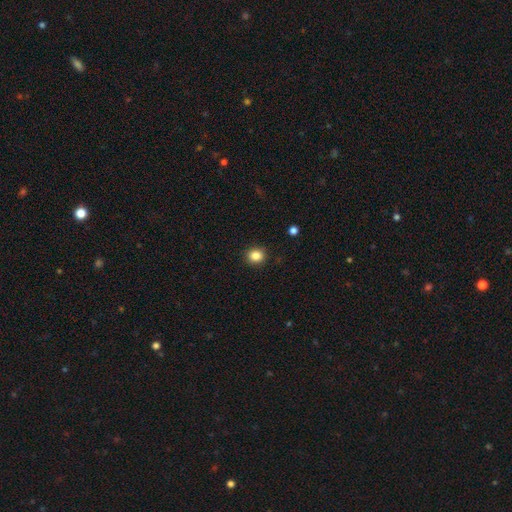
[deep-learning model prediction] smooth 85%, star or artifact 11%, featured or disk 4%. Down the decision tree: how rounded — round (80%); merging — none (90%).